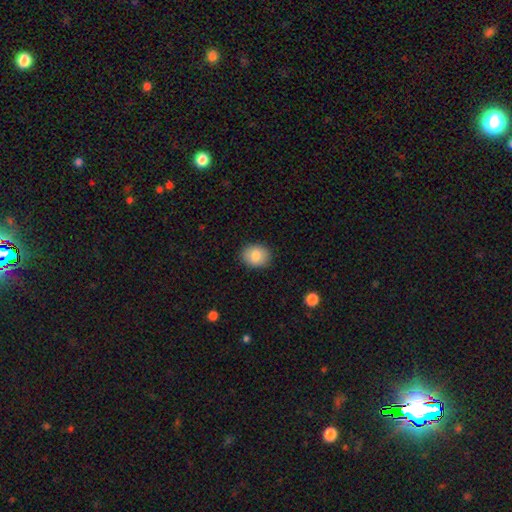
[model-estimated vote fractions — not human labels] Q: Smooth or featured?
A: smooth (83%); runner-up: featured or disk (9%)
Q: How rounded?
A: round (57%); runner-up: in between (42%)
Q: Merging?
A: none (89%); runner-up: minor disturbance (8%)